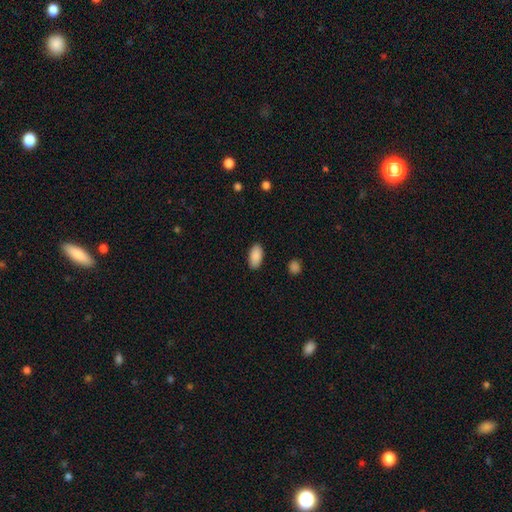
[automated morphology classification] Smooth or featured: smooth — 90% (star or artifact — 7%)
How rounded: in between — 94% (cigar-shaped — 4%)
Merging: none — 89% (minor disturbance — 8%)